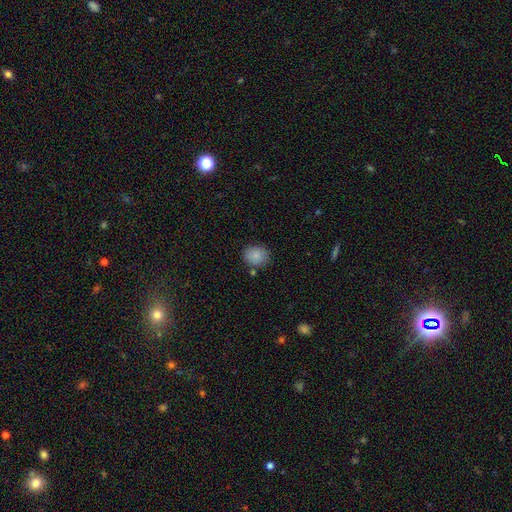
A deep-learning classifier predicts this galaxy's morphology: Smooth or featured: smooth — 87% (star or artifact — 8%)
How rounded: round — 65% (in between — 34%)
Merging: none — 78% (minor disturbance — 13%)